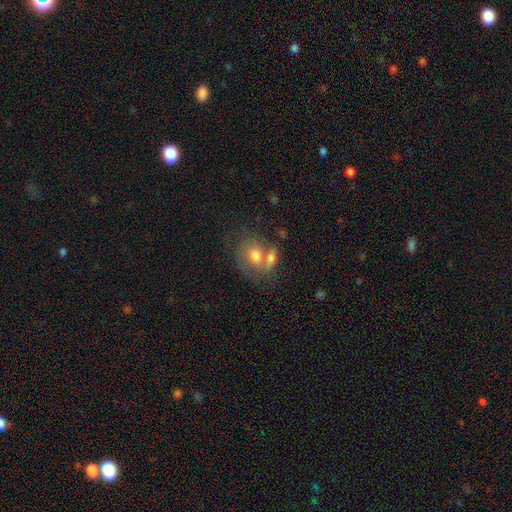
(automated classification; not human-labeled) Smooth or featured? Predicted: smooth (p=0.59). How rounded? Predicted: in between (p=0.57). Merging? Predicted: merger (p=0.47).